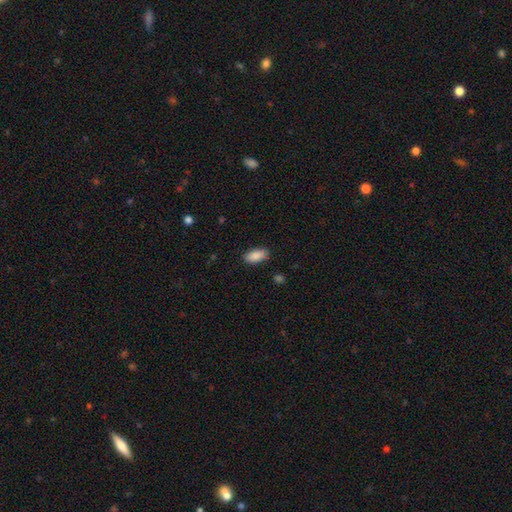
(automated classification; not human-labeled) smooth_or_featured: smooth (p=0.89) [alt: star or artifact p=0.07]
how_rounded: in between (p=0.92) [alt: cigar-shaped p=0.05]
merging: none (p=0.83) [alt: minor disturbance p=0.13]